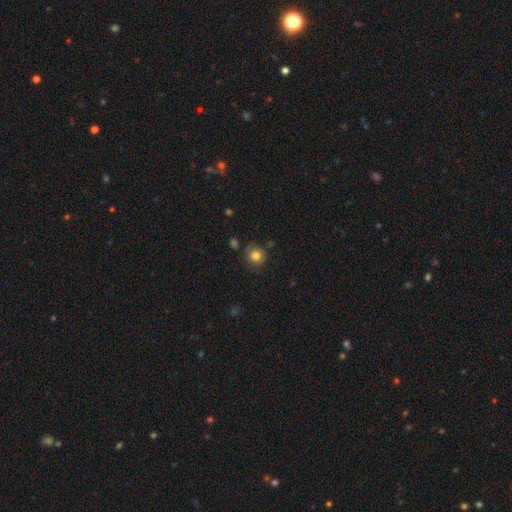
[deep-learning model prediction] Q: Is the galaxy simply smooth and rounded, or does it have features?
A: smooth — 82%.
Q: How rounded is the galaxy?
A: round — 87%.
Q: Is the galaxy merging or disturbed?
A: none — 78%.